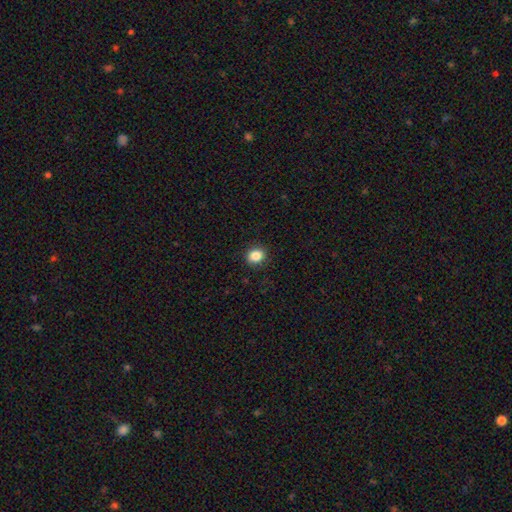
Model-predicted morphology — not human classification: Smooth or featured?
  - smooth: 86% *
  - star or artifact: 10%
  - featured or disk: 4%
How rounded?
  - round: 68% *
  - in between: 31%
  - cigar-shaped: 1%
Merging?
  - none: 89% *
  - minor disturbance: 8%
  - major disturbance: 2%
  - merger: 1%